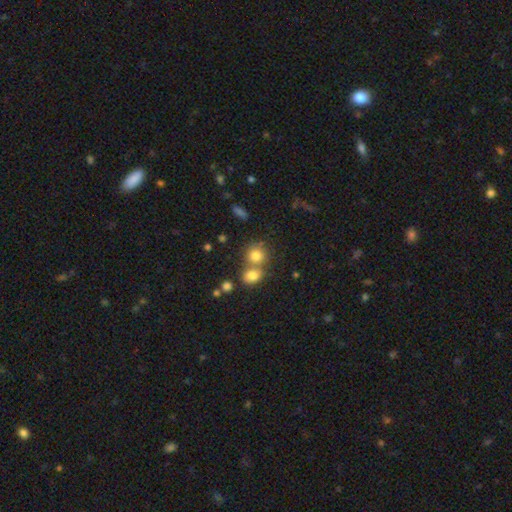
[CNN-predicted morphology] smooth_or_featured: smooth (p=0.78) [alt: star or artifact p=0.12]
how_rounded: round (p=0.78) [alt: in between p=0.21]
merging: none (p=0.45) [alt: merger p=0.43]